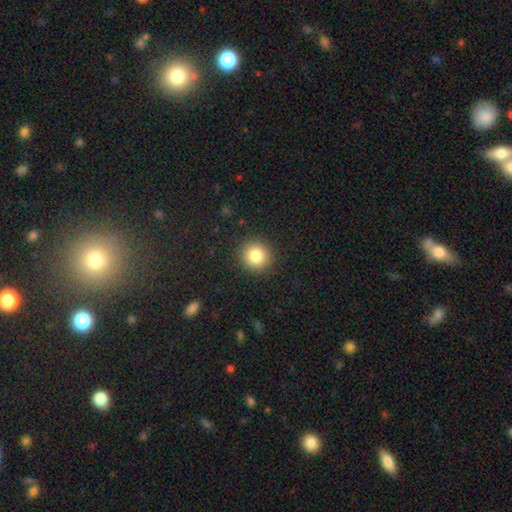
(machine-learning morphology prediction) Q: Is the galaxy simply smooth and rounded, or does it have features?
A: smooth — 83%.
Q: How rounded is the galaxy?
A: round — 93%.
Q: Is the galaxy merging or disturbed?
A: none — 90%.